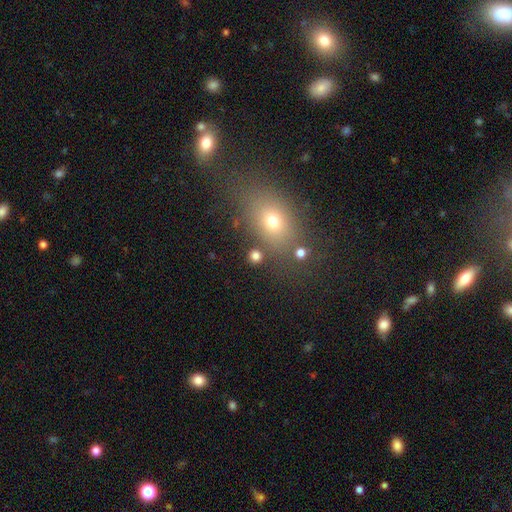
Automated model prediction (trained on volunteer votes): Q: Smooth or featured?
A: smooth (75%); runner-up: star or artifact (17%)
Q: How rounded?
A: round (78%); runner-up: in between (20%)
Q: Merging?
A: none (78%); runner-up: merger (9%)